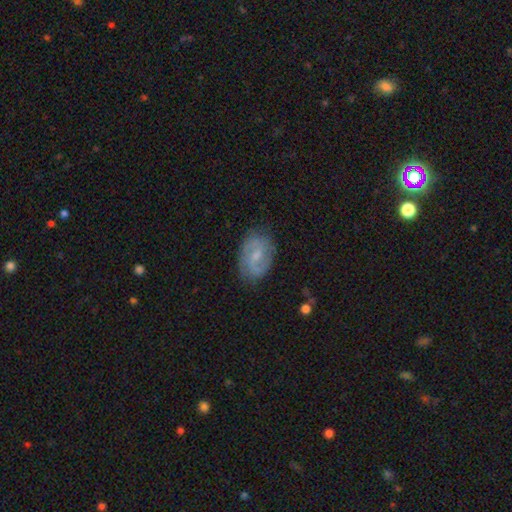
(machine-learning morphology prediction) The model was most divided on "bulge size": small: 48%, moderate: 36%, none: 14%, large: 2%, dominant: 1%. Remaining: edge-on disk — no (97%); spiral arms — yes (89%); spiral arm count — 2 (81%); merging — none (78%); smooth or featured — featured or disk (68%); bar — weak (58%); spiral winding — medium (47%).